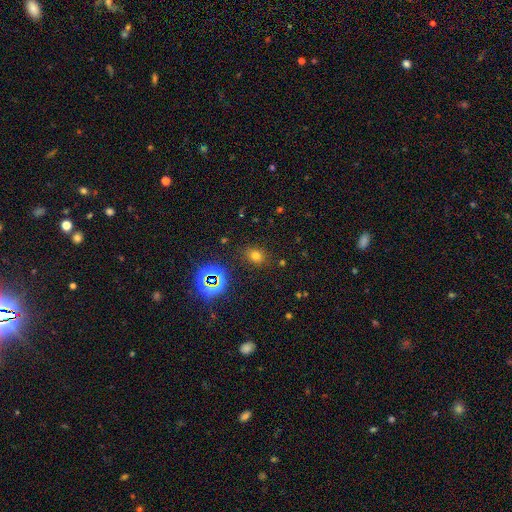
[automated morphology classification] Q: Smooth or featured?
A: smooth (68%); runner-up: star or artifact (25%)
Q: How rounded?
A: round (60%); runner-up: in between (39%)
Q: Merging?
A: none (84%); runner-up: minor disturbance (10%)